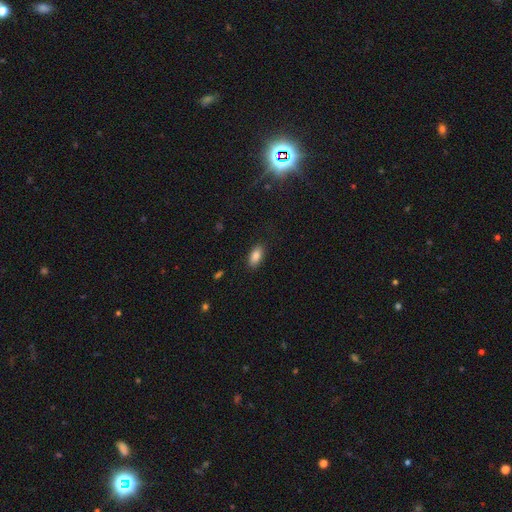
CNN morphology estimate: Overall: smooth (84%). How rounded: in between (90%). Merging: none (86%).